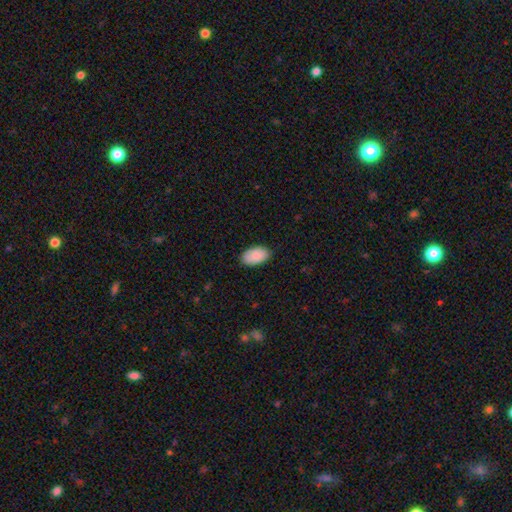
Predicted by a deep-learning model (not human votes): Morphology: type=smooth (89%); roundness=in between (95%); merging=none (86%).